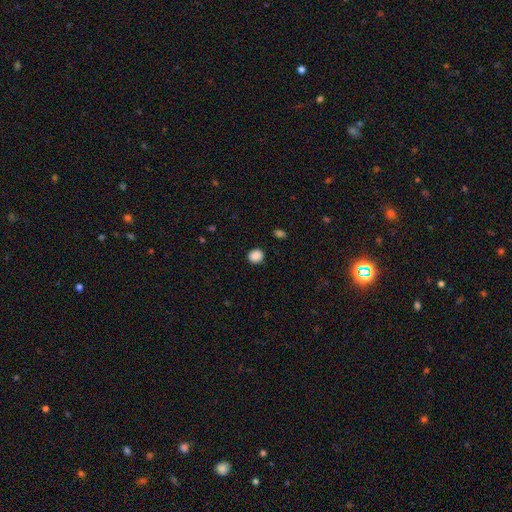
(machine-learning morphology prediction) Smooth or featured?
  - smooth: 88% *
  - star or artifact: 9%
  - featured or disk: 3%
How rounded?
  - round: 75% *
  - in between: 24%
  - cigar-shaped: 1%
Merging?
  - none: 88% *
  - minor disturbance: 8%
  - major disturbance: 2%
  - merger: 1%